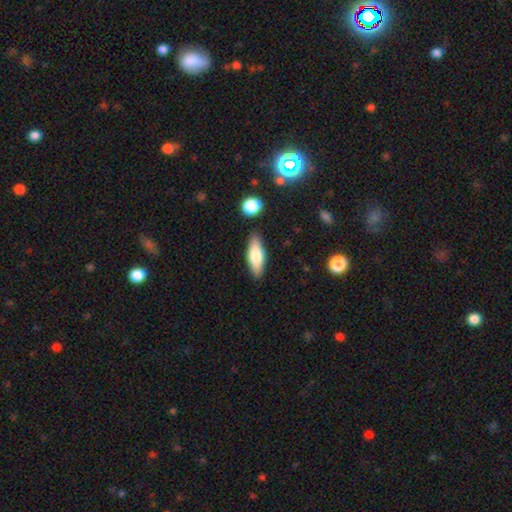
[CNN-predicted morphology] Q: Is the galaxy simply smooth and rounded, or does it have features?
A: smooth — 73%.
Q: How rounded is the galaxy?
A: in between — 57%.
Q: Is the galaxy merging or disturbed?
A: none — 84%.